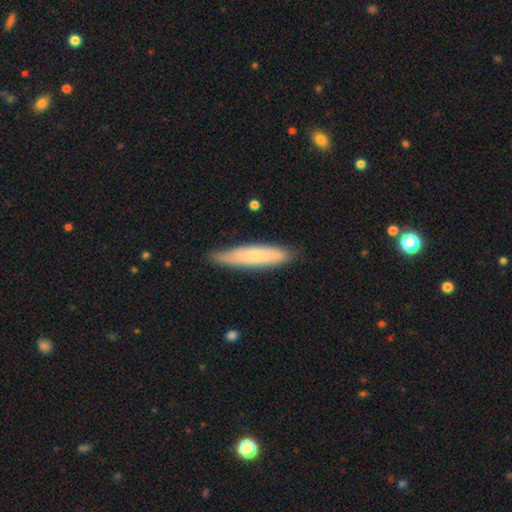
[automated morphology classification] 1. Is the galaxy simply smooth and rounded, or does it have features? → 62% smooth, 33% featured or disk, 6% star or artifact.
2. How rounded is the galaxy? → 79% cigar-shaped, 19% in between, 1% round.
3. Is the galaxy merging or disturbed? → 76% none, 19% minor disturbance, 3% major disturbance, 1% merger.